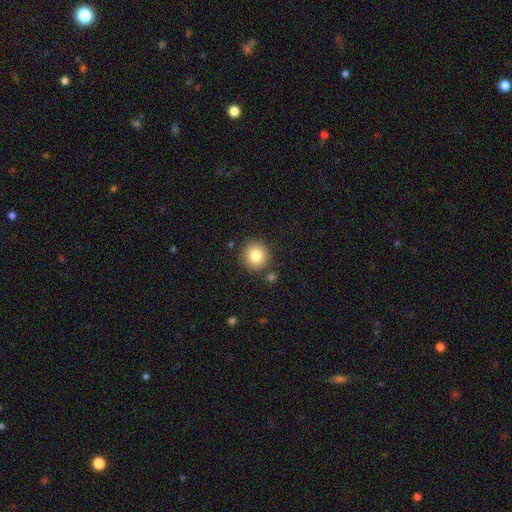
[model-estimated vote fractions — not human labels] Overall: smooth (81%). How rounded: round (93%). Merging: none (87%).